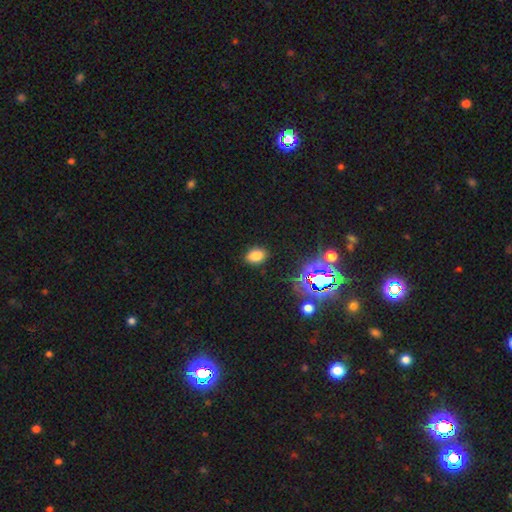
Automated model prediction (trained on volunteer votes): Smooth or featured? Predicted: smooth (p=0.76). How rounded? Predicted: in between (p=0.81). Merging? Predicted: none (p=0.87).